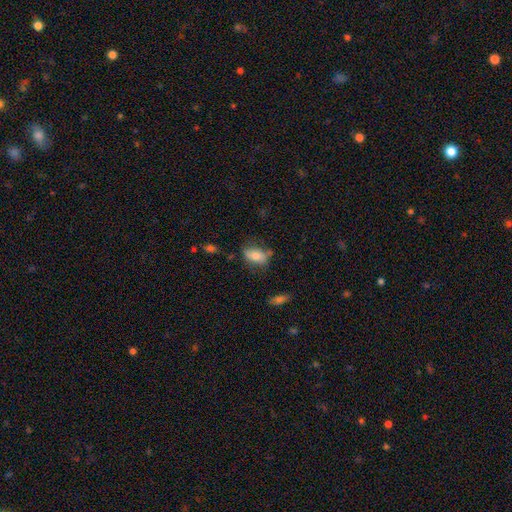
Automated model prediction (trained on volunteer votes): Smooth or featured?
  - smooth: 75% *
  - featured or disk: 17%
  - star or artifact: 8%
How rounded?
  - in between: 88% *
  - round: 7%
  - cigar-shaped: 5%
Merging?
  - none: 56% *
  - minor disturbance: 29%
  - major disturbance: 10%
  - merger: 5%